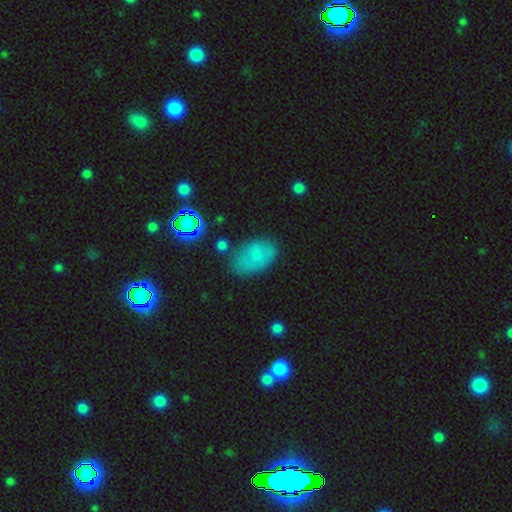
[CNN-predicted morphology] Overall: smooth (70%). How rounded: in between (88%). Merging: none (63%; minor disturbance 24%).